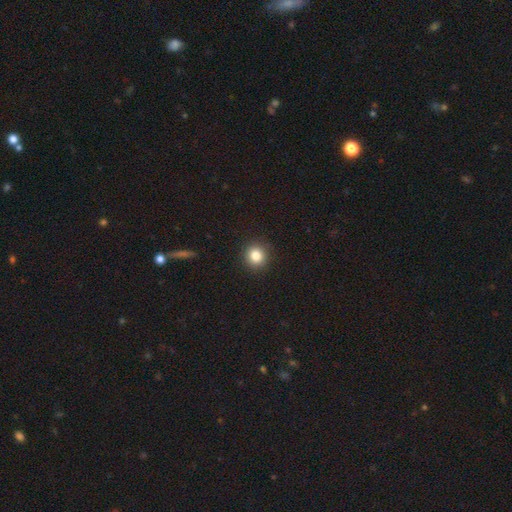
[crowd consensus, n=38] This is clearly a smooth galaxy (89%). How rounded: clearly round (91%). Merging: clearly none (87%).